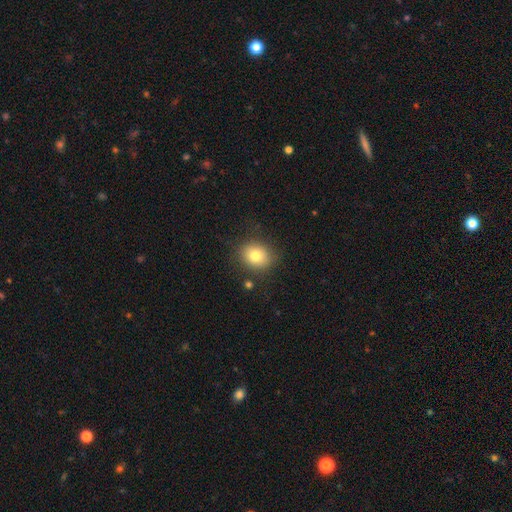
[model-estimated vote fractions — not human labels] A smooth galaxy with no disk features (79%) that is round (65%).

Vote fractions:
- Smooth or featured? smooth: 79% / star or artifact: 11% / featured or disk: 10%
- How rounded? round: 65% / in between: 34% / cigar-shaped: 1%
- Merging? none: 83% / minor disturbance: 11% / major disturbance: 4% / merger: 3%